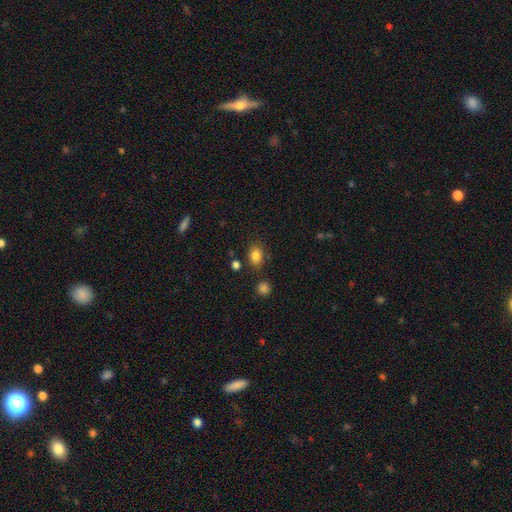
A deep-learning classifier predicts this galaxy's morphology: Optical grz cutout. It shows a smooth galaxy with no disk features (83%) that is in between round and cigar-shaped (68%). Merging: none (77%).